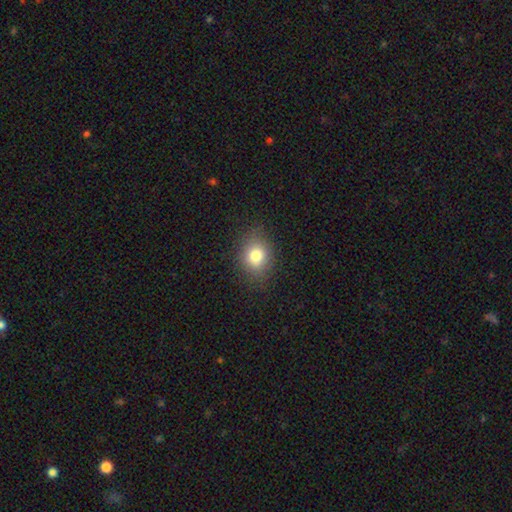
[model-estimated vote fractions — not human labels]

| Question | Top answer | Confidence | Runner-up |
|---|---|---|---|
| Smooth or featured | smooth | 78% | star or artifact (12%) |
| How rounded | round | 55% | in between (44%) |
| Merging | none | 83% | minor disturbance (12%) |